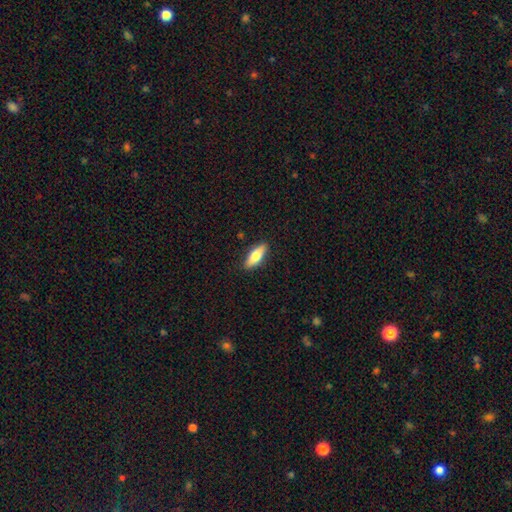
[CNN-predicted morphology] Smooth or featured: smooth — 70% (featured or disk — 24%)
How rounded: in between — 62% (cigar-shaped — 36%)
Merging: none — 88% (minor disturbance — 9%)